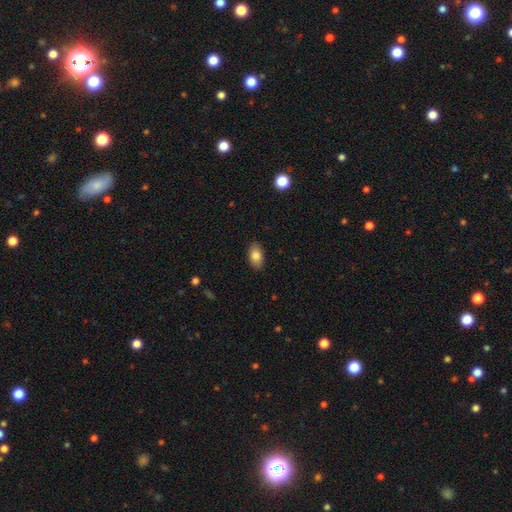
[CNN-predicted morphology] This appears to be a smooth galaxy with no disk features (84%) that is in between round and cigar-shaped (92%). Merging: none (88%).